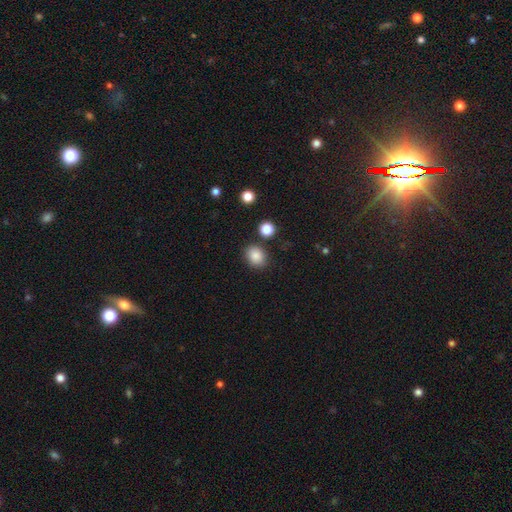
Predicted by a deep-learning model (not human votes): smooth_or_featured: smooth (p=0.86) [alt: star or artifact p=0.10]
how_rounded: round (p=0.57) [alt: in between p=0.42]
merging: none (p=0.82) [alt: minor disturbance p=0.11]